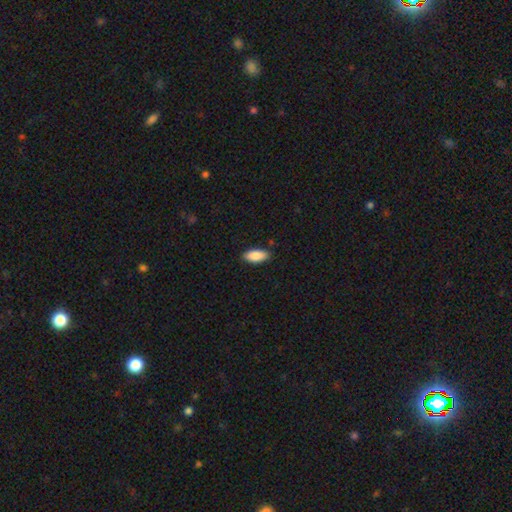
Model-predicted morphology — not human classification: This is clearly a smooth galaxy (87%). How rounded: clearly in between (86%). Merging: clearly none (87%).